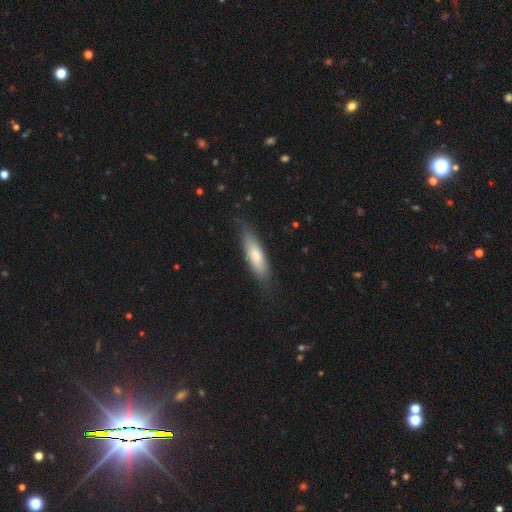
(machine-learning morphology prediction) smooth 75%, featured or disk 19%, star or artifact 5%. Down the decision tree: how rounded — cigar-shaped (59%); merging — none (77%).